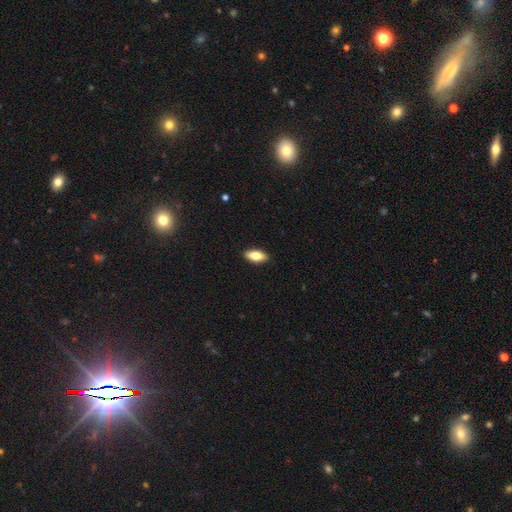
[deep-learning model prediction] smooth-or-featured: smooth: 75% | featured or disk: 18% | star or artifact: 6%
  how-rounded: in between: 82% | cigar-shaped: 16% | round: 3%
  merging: none: 90% | minor disturbance: 8% | major disturbance: 2% | merger: 1%